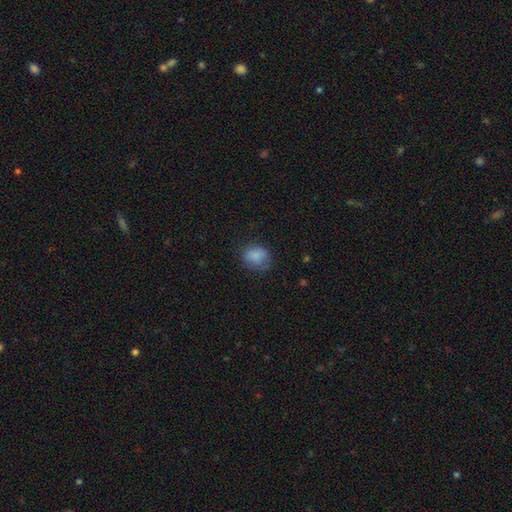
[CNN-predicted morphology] smooth_or_featured: smooth (p=0.84) [alt: star or artifact p=0.09]
how_rounded: round (p=0.57) [alt: in between p=0.42]
merging: none (p=0.69) [alt: minor disturbance p=0.23]